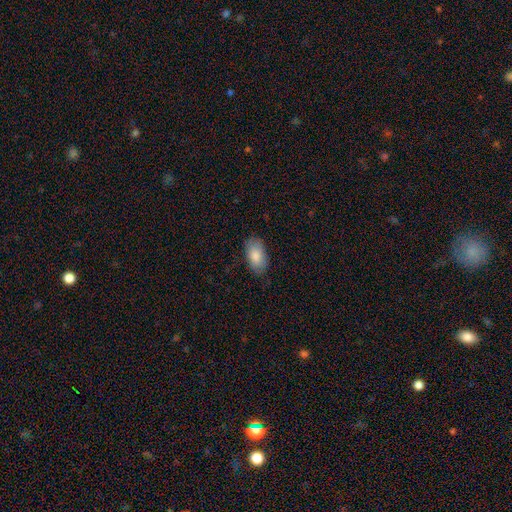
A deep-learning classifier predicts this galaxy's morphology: A smooth galaxy with no disk features (84%) that is in between round and cigar-shaped (94%).

Vote fractions:
- Smooth or featured? smooth: 84% / featured or disk: 10% / star or artifact: 6%
- How rounded? in between: 94% / round: 3% / cigar-shaped: 2%
- Merging? none: 82% / minor disturbance: 14% / major disturbance: 3% / merger: 1%